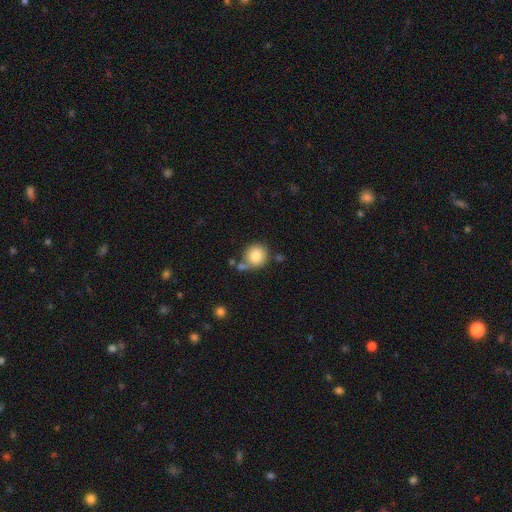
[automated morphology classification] Smooth or featured? Predicted: smooth (p=0.82). How rounded? Predicted: round (p=0.90). Merging? Predicted: none (p=0.67).